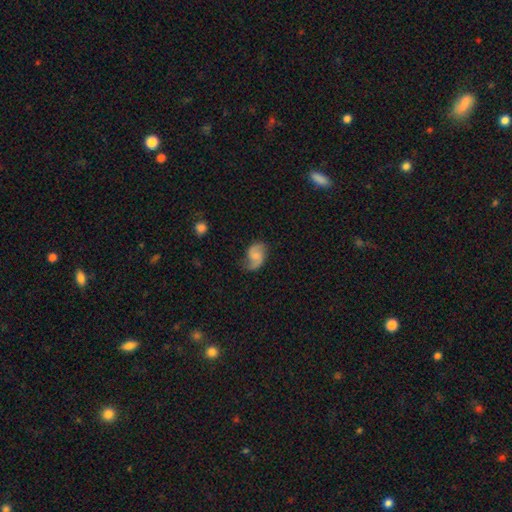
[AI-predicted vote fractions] Smooth or featured? Predicted: featured or disk (p=0.66). Edge-on disk? Predicted: no (p=0.98). Bar? Predicted: no (p=0.51). Spiral arms? Predicted: yes (p=0.94). Spiral winding? Predicted: loose (p=0.49). Spiral arm count? Predicted: 2 (p=0.89). Bulge size? Predicted: small (p=0.36). Merging? Predicted: none (p=0.70).